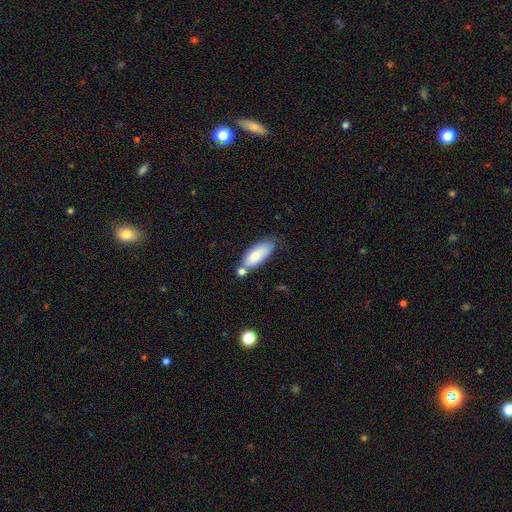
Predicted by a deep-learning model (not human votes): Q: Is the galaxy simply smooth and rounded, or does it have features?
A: smooth — 77%.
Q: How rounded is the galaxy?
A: in between — 80%.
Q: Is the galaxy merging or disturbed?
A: none — 54%.